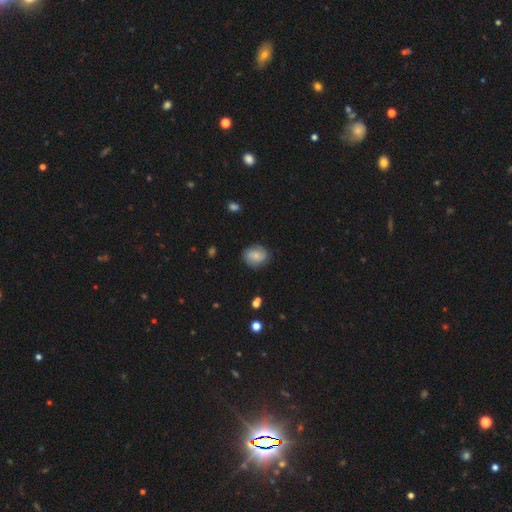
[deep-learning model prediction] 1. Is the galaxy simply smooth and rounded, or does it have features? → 63% smooth, 28% featured or disk, 9% star or artifact.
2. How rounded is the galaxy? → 61% round, 38% in between, 1% cigar-shaped.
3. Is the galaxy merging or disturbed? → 79% none, 16% minor disturbance, 4% major disturbance, 1% merger.